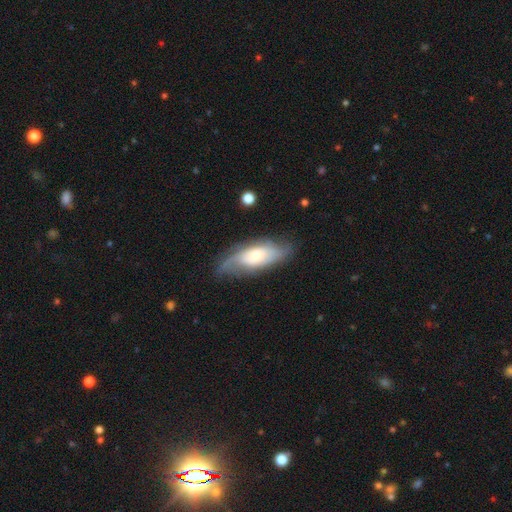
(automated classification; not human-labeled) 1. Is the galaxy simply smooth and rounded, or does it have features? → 62% featured or disk, 31% smooth, 6% star or artifact.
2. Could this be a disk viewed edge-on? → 81% no, 19% yes.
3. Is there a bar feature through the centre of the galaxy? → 64% no, 29% weak, 6% strong.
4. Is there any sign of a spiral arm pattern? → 85% yes, 15% no.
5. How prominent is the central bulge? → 48% moderate, 37% small, 11% large, 3% none, 2% dominant.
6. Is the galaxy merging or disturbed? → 66% none, 23% minor disturbance, 9% major disturbance, 2% merger.